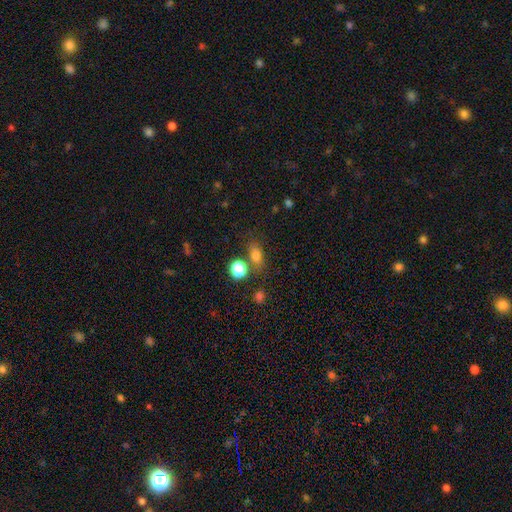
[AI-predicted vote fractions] This appears to be a smooth galaxy with no disk features (74%) that is in between round and cigar-shaped (66%). Merging: none (69%).